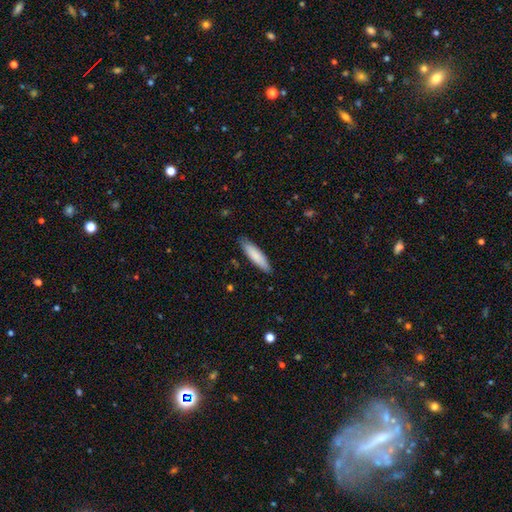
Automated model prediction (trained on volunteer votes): smooth 84%, featured or disk 11%, star or artifact 5%. Down the decision tree: how rounded — cigar-shaped (72%); merging — none (87%).